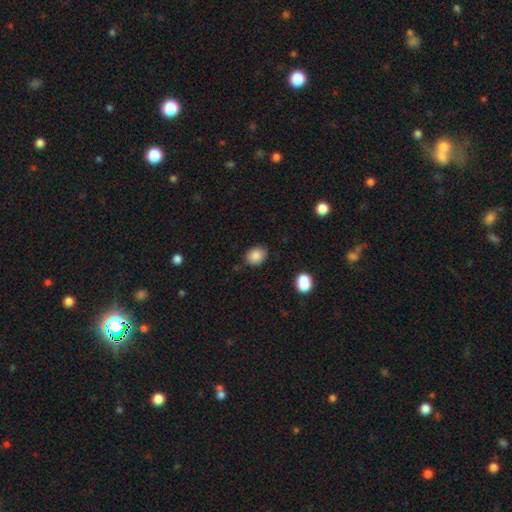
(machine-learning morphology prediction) smooth-or-featured: smooth: 87% | star or artifact: 9% | featured or disk: 4%
  how-rounded: in between: 51% | round: 48% | cigar-shaped: 1%
  merging: none: 82% | minor disturbance: 13% | major disturbance: 3% | merger: 2%